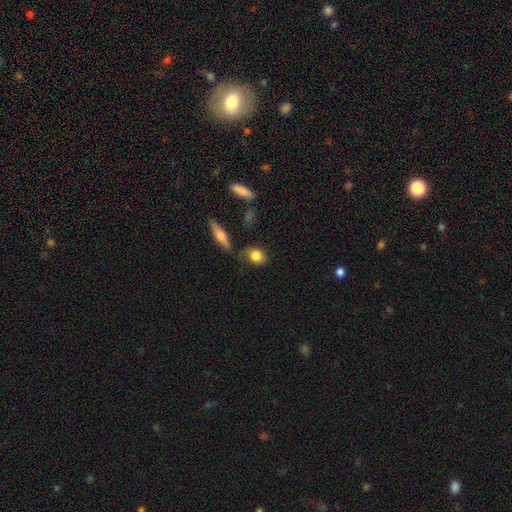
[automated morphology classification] This appears to be a smooth galaxy with no disk features (83%) that is in between round and cigar-shaped (48%, tied with round). Merging: none (69%).